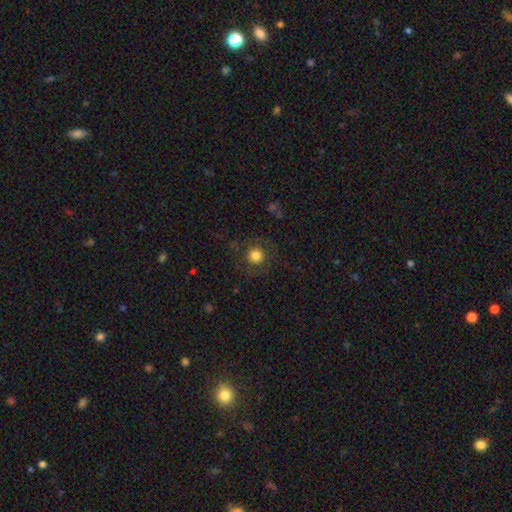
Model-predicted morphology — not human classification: Q: Smooth or featured?
A: smooth (76%); runner-up: featured or disk (12%)
Q: How rounded?
A: round (95%); runner-up: in between (4%)
Q: Merging?
A: none (83%); runner-up: minor disturbance (9%)